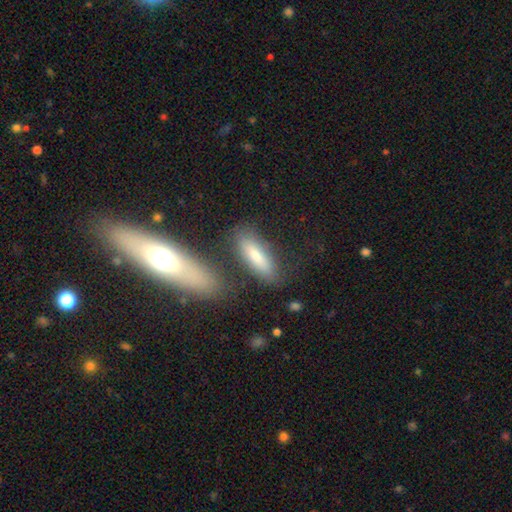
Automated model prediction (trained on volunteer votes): A smooth galaxy with no disk features (72%) that is in between round and cigar-shaped (49%).

Vote fractions:
- Smooth or featured? smooth: 72% / featured or disk: 20% / star or artifact: 8%
- How rounded? in between: 49% / cigar-shaped: 48% / round: 3%
- Merging? none: 72% / minor disturbance: 14% / merger: 9% / major disturbance: 5%